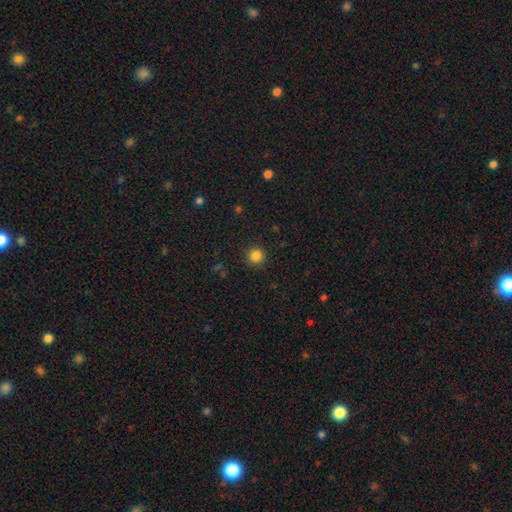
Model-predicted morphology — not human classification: smooth 85%, star or artifact 12%, featured or disk 4%. Down the decision tree: how rounded — round (93%); merging — none (90%).